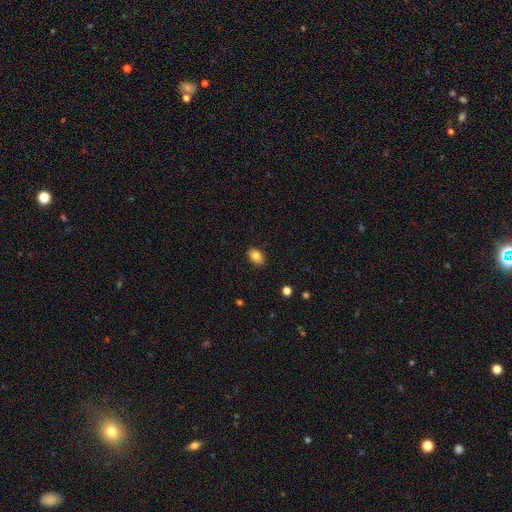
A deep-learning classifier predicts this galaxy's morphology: The model was most divided on "how rounded": in between: 80%, round: 19%, cigar-shaped: 1%. More confident: merging — none (87%); smooth or featured — smooth (83%).